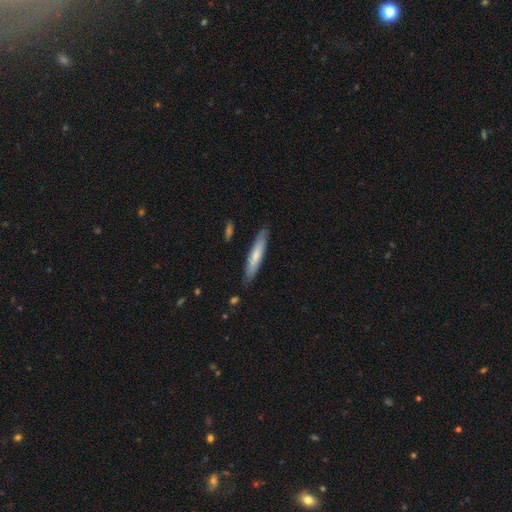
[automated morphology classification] Overall: smooth (64%; featured or disk 31%). How rounded: cigar-shaped (89%). Merging: none (85%).